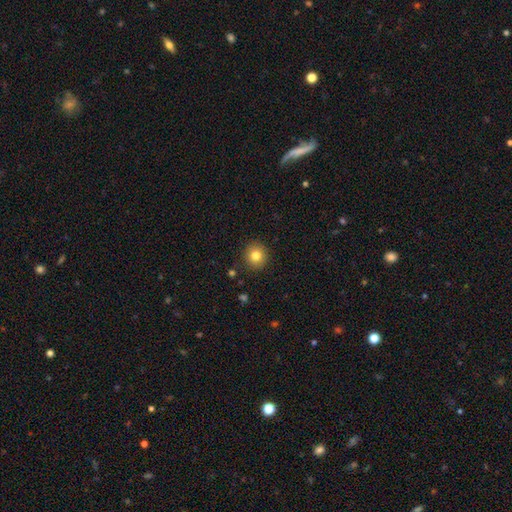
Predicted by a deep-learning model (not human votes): Overall: smooth (81%). How rounded: round (90%). Merging: none (90%).